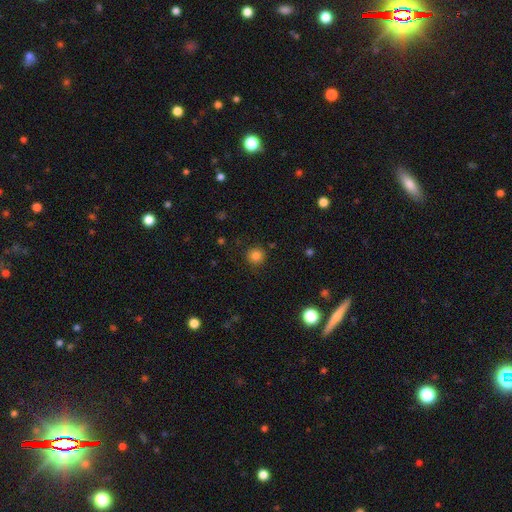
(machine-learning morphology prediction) Smooth or featured?
  - smooth: 83% *
  - star or artifact: 13%
  - featured or disk: 4%
How rounded?
  - round: 94% *
  - in between: 5%
  - cigar-shaped: 1%
Merging?
  - none: 89% *
  - minor disturbance: 7%
  - major disturbance: 2%
  - merger: 1%